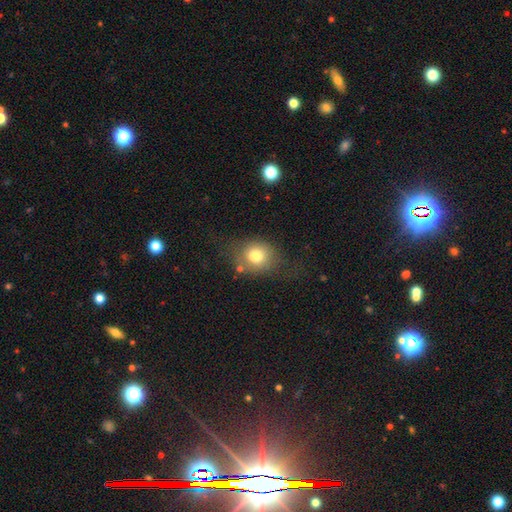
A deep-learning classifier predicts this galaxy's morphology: A smooth galaxy with no disk features (76%) that is round (63%). Merging: none (59%).